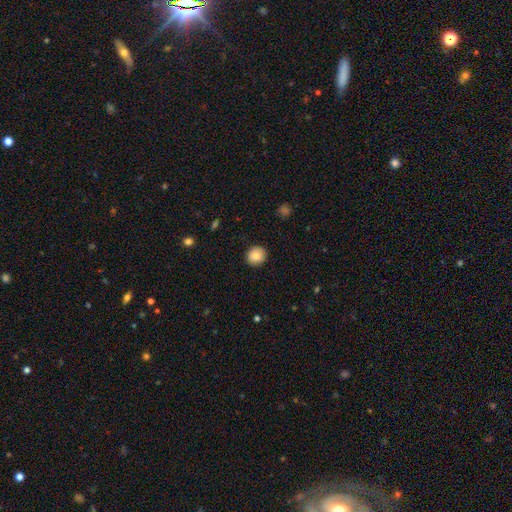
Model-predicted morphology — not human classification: smooth_or_featured: smooth (p=0.87) [alt: star or artifact p=0.08]
how_rounded: round (p=0.86) [alt: in between p=0.13]
merging: none (p=0.89) [alt: minor disturbance p=0.08]